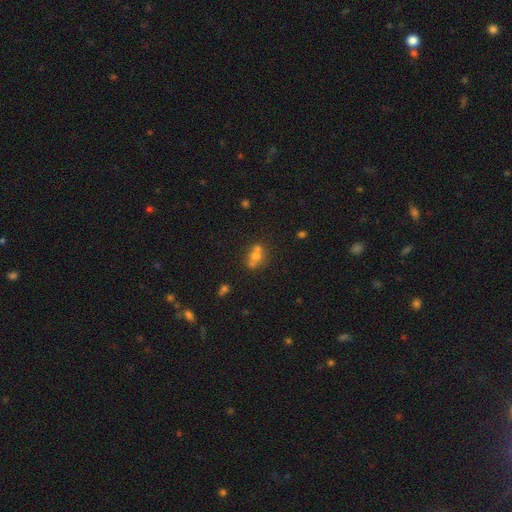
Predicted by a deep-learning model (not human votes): This is possibly a smooth galaxy (57%). How rounded: likely round (60%). Merging: possibly merger (46%).